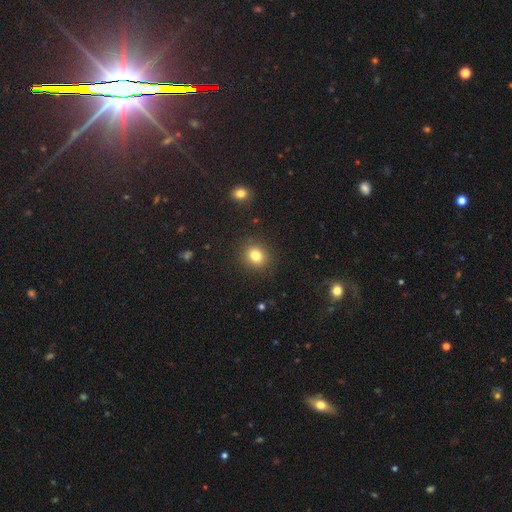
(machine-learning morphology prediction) A smooth galaxy with no disk features (81%) that is round (77%). Merging: none (89%).